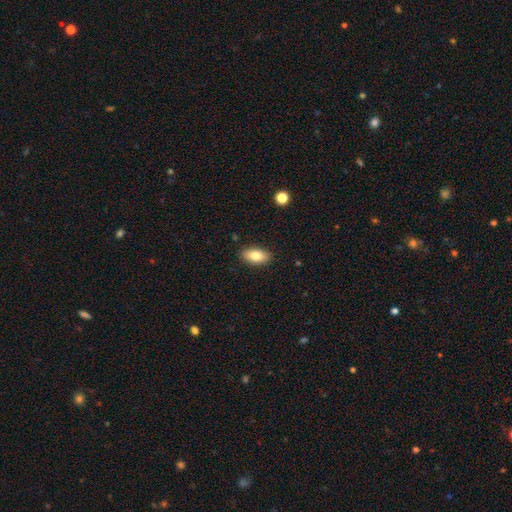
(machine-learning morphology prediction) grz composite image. It shows a smooth galaxy with no disk features (80%) that is in between round and cigar-shaped (91%). Merging: none (88%).